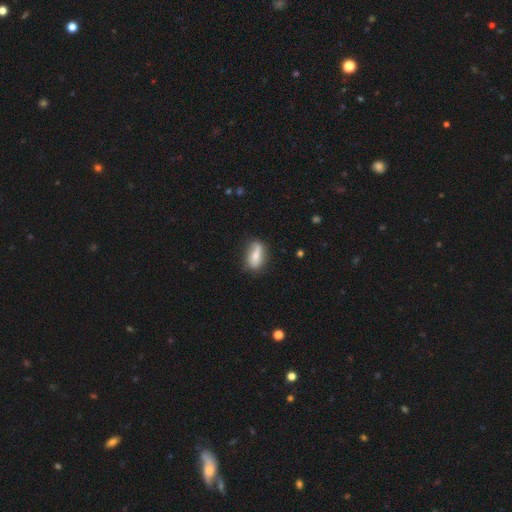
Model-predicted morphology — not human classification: A smooth galaxy with no disk features (62%) that is in between round and cigar-shaped (81%).

Vote fractions:
- Smooth or featured? smooth: 62% / featured or disk: 30% / star or artifact: 7%
- How rounded? in between: 81% / cigar-shaped: 13% / round: 6%
- Merging? none: 61% / minor disturbance: 27% / major disturbance: 8% / merger: 4%